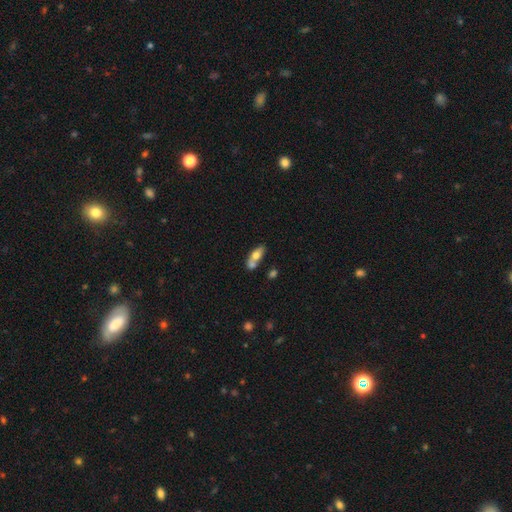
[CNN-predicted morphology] The model was most divided on "merging": merger: 48%, none: 36%, minor disturbance: 12%, major disturbance: 5%. More confident: how rounded — in between (77%); smooth or featured — smooth (65%).